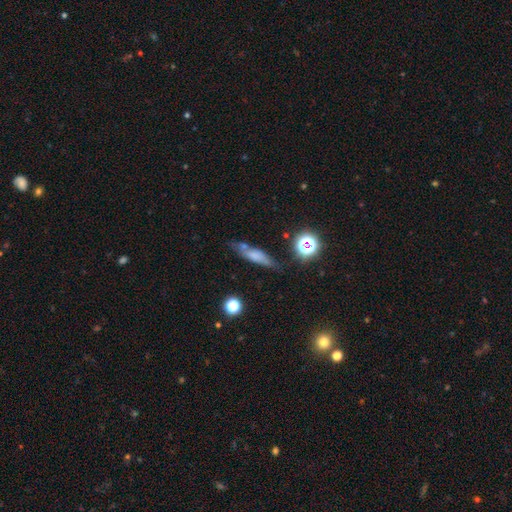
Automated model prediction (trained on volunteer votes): This appears to be a smooth galaxy with no disk features (58%) that is cigar-shaped (66%). Merging: none (61%).